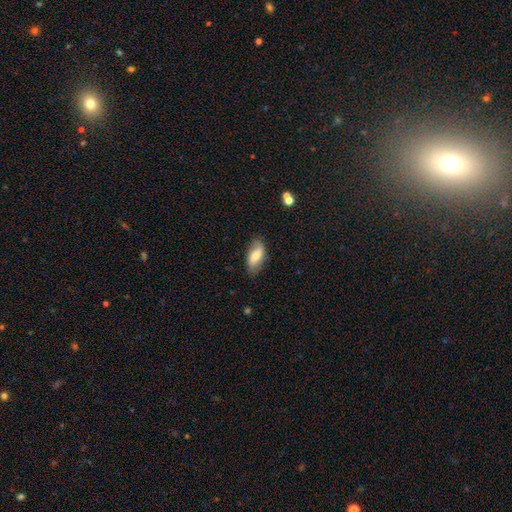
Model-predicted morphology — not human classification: Smooth or featured?
  - smooth: 59% *
  - featured or disk: 34%
  - star or artifact: 7%
How rounded?
  - in between: 87% *
  - cigar-shaped: 9%
  - round: 3%
Merging?
  - none: 79% *
  - minor disturbance: 16%
  - major disturbance: 3%
  - merger: 1%